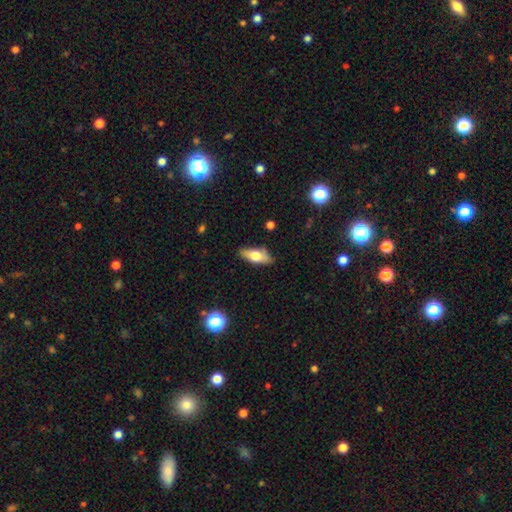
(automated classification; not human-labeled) This appears to be a smooth galaxy with no disk features (64%) that is in between round and cigar-shaped (78%). Merging: none (80%).